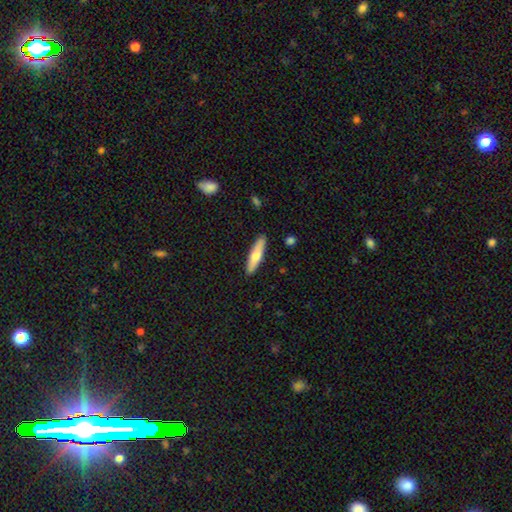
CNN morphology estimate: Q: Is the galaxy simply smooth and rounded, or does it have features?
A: smooth — 61%.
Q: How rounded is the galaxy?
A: cigar-shaped — 77%.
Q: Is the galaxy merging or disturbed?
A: none — 90%.